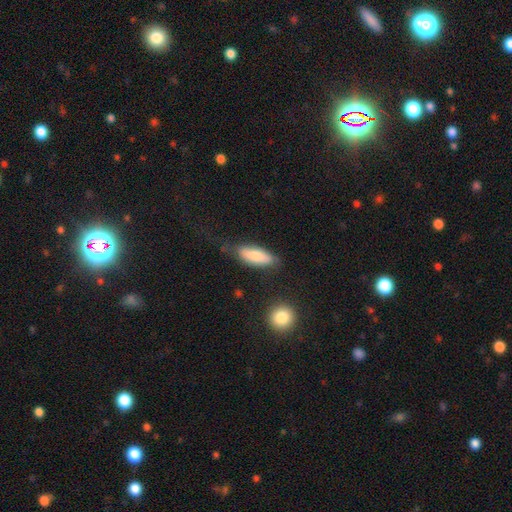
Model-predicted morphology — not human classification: A smooth galaxy with no disk features (79%) that is in between round and cigar-shaped (66%).

Vote fractions:
- Smooth or featured? smooth: 79% / featured or disk: 15% / star or artifact: 6%
- How rounded? in between: 66% / cigar-shaped: 31% / round: 2%
- Merging? none: 66% / minor disturbance: 23% / major disturbance: 7% / merger: 4%